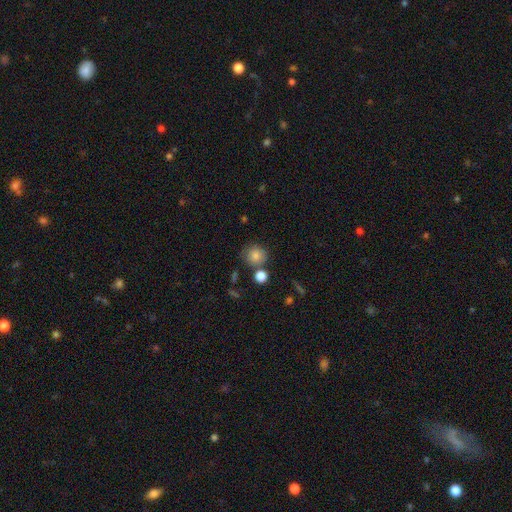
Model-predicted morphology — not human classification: smooth_or_featured: smooth (p=0.82) [alt: star or artifact p=0.10]
how_rounded: round (p=0.87) [alt: in between p=0.12]
merging: none (p=0.71) [alt: minor disturbance p=0.13]